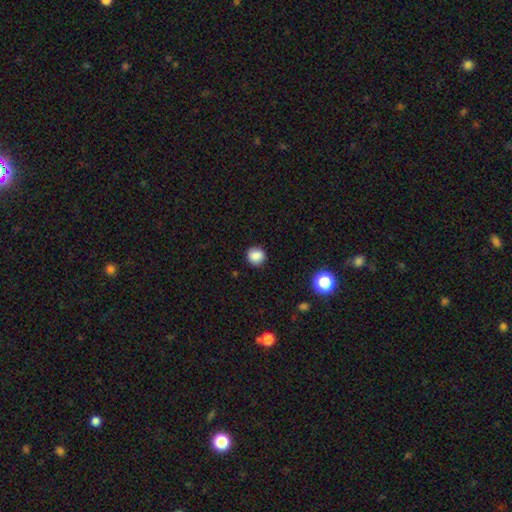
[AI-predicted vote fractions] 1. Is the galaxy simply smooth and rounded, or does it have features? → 85% smooth, 11% star or artifact, 4% featured or disk.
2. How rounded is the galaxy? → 87% round, 12% in between, 1% cigar-shaped.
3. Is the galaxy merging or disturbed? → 87% none, 9% minor disturbance, 2% major disturbance, 1% merger.